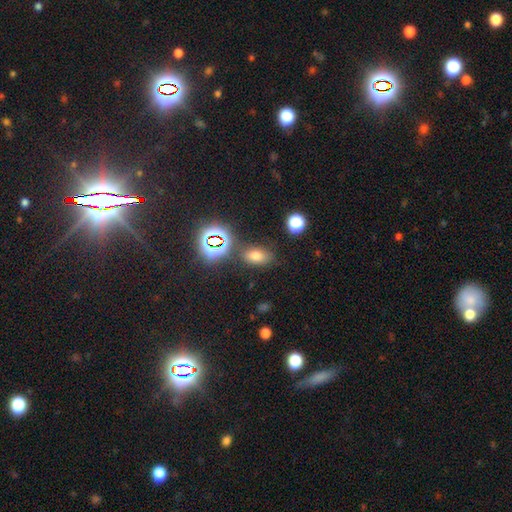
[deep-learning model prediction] Smooth or featured: smooth — 63% (star or artifact — 28%)
How rounded: in between — 82% (round — 14%)
Merging: none — 78% (minor disturbance — 12%)